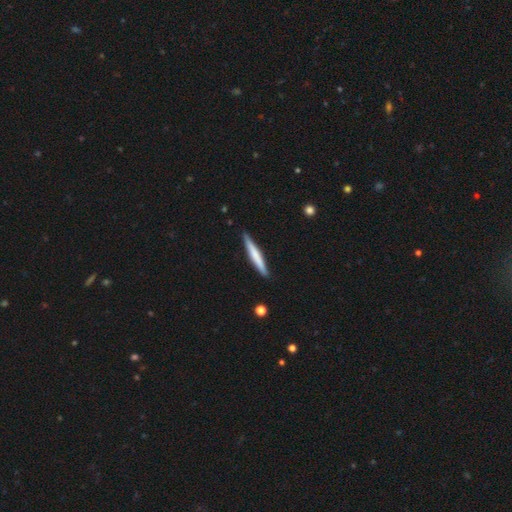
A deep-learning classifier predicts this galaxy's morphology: Q: Smooth or featured?
A: smooth (58%); runner-up: featured or disk (37%)
Q: How rounded?
A: cigar-shaped (95%); runner-up: in between (4%)
Q: Merging?
A: none (89%); runner-up: minor disturbance (8%)